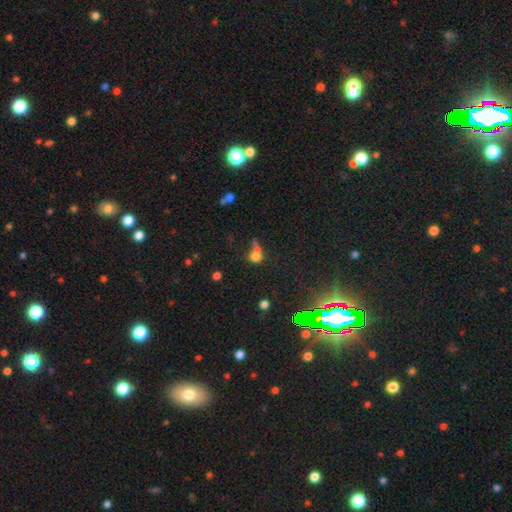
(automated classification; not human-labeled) smooth_or_featured: smooth (p=0.70) [alt: star or artifact p=0.19]
how_rounded: round (p=0.79) [alt: in between p=0.19]
merging: none (p=0.41) [alt: merger p=0.40]